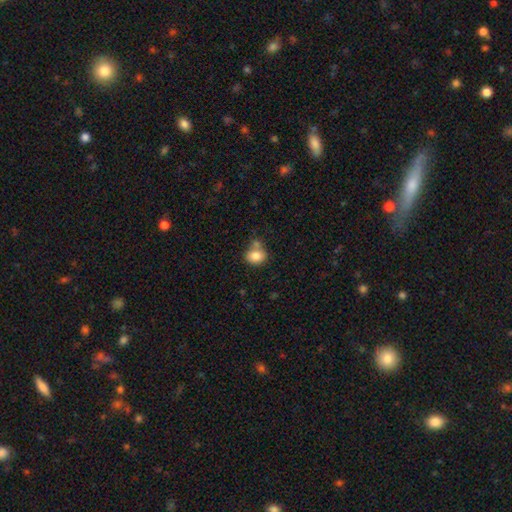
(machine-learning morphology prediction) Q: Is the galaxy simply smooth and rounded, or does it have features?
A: smooth — 84%.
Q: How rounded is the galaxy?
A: round — 53%.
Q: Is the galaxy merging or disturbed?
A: none — 54%.